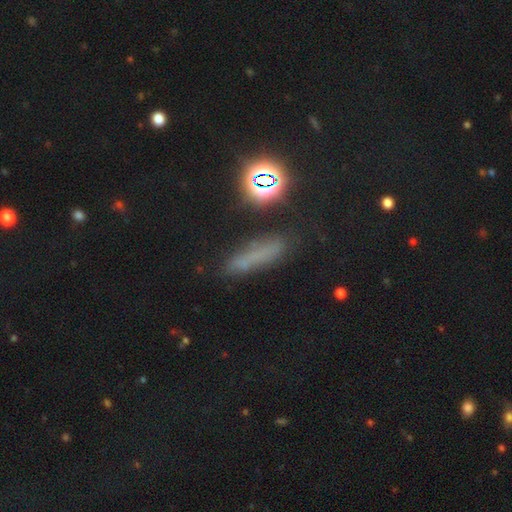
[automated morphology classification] smooth 51%, star or artifact 32%, featured or disk 17%. Down the decision tree: how rounded — cigar-shaped (76%); merging — none (74%).